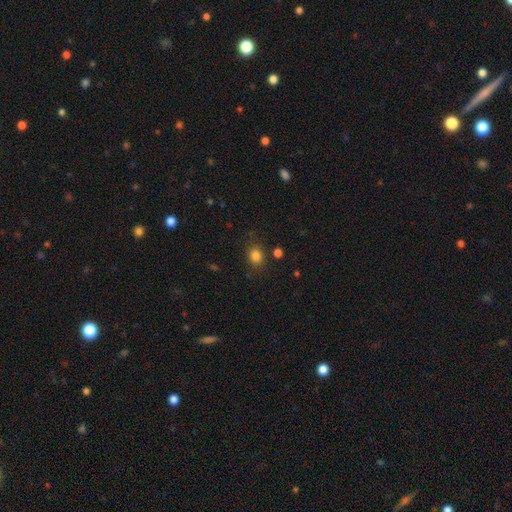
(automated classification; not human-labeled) A smooth galaxy with no disk features (82%) that is round (56%). Merging: none (80%).